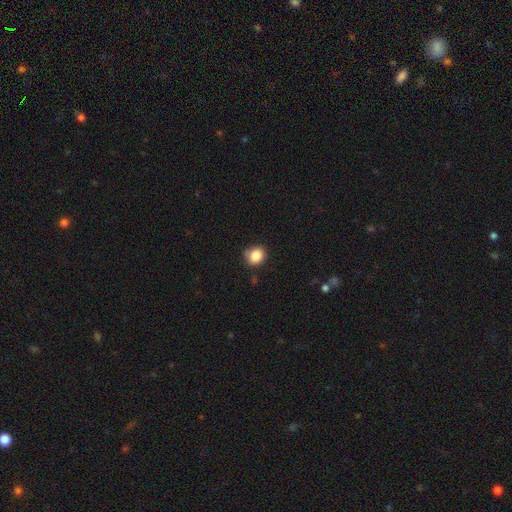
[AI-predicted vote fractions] A smooth galaxy with no disk features (86%) that is round (77%). Merging: none (79%).